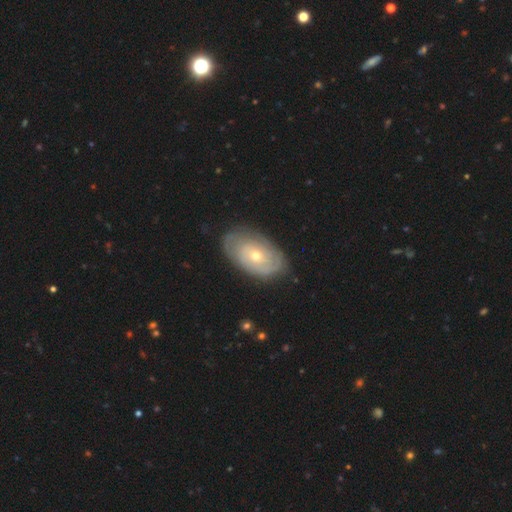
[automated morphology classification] Smooth or featured? Predicted: featured or disk (p=0.65). Edge-on disk? Predicted: no (p=0.93). Bar? Predicted: no (p=0.84). Spiral arms? Predicted: yes (p=0.70). Bulge size? Predicted: small (p=0.53). Merging? Predicted: none (p=0.78).